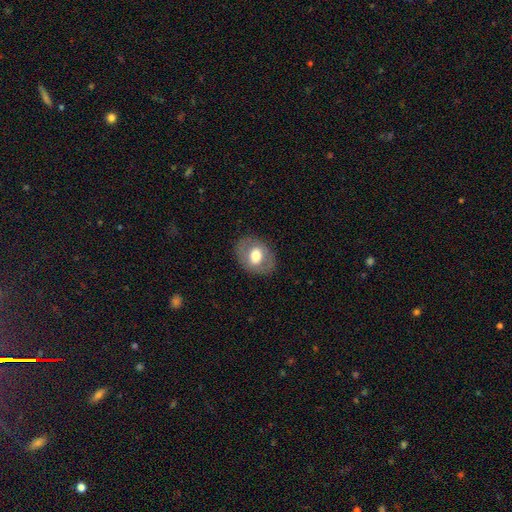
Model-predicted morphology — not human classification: Q: Smooth or featured?
A: smooth (58%); runner-up: featured or disk (34%)
Q: How rounded?
A: in between (63%); runner-up: round (36%)
Q: Merging?
A: none (83%); runner-up: minor disturbance (11%)